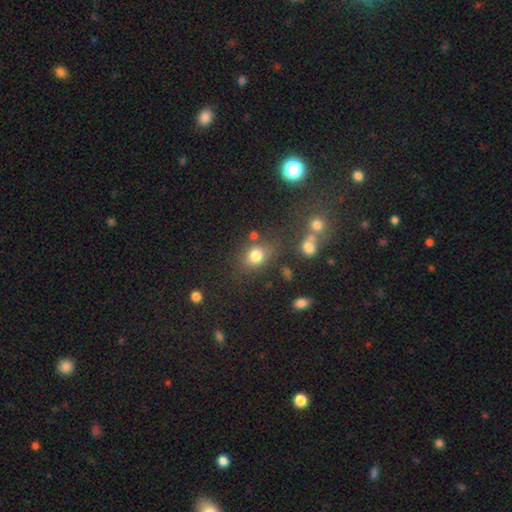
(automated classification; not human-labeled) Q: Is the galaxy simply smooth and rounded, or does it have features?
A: smooth — 78%.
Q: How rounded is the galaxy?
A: round — 55%.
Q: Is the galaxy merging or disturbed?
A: none — 68%.